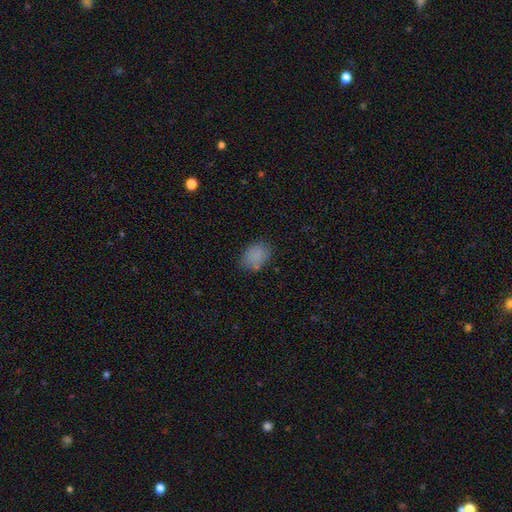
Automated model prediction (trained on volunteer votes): Smooth or featured: smooth — 85% (star or artifact — 10%)
How rounded: in between — 76% (round — 23%)
Merging: none — 79% (minor disturbance — 15%)